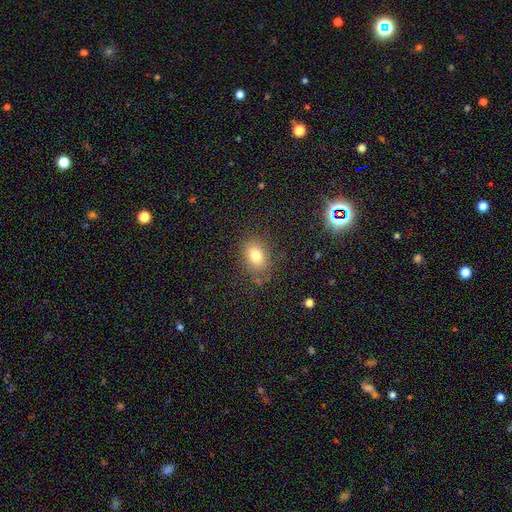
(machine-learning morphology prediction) This is likely a smooth galaxy (78%). How rounded: likely in between (69%). Merging: likely none (80%).